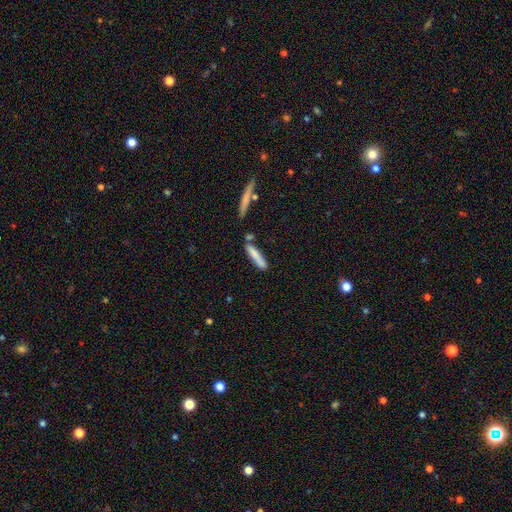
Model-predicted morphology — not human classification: Q: Smooth or featured?
A: smooth (77%); runner-up: featured or disk (16%)
Q: How rounded?
A: cigar-shaped (87%); runner-up: in between (12%)
Q: Merging?
A: none (72%); runner-up: minor disturbance (14%)